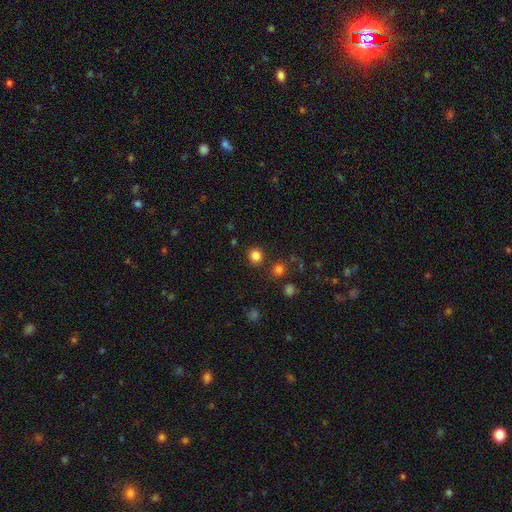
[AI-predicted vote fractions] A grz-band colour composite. It shows a smooth galaxy with no disk features (82%) that is round (89%). Merging: none (86%).